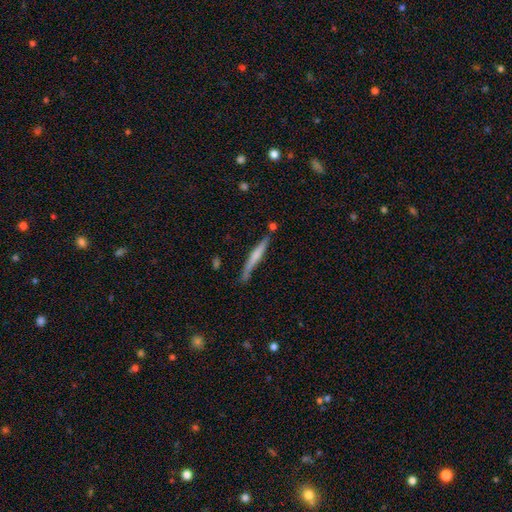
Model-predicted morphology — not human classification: Q: Smooth or featured?
A: smooth (49%); runner-up: featured or disk (46%)
Q: Merging?
A: none (73%); runner-up: minor disturbance (18%)